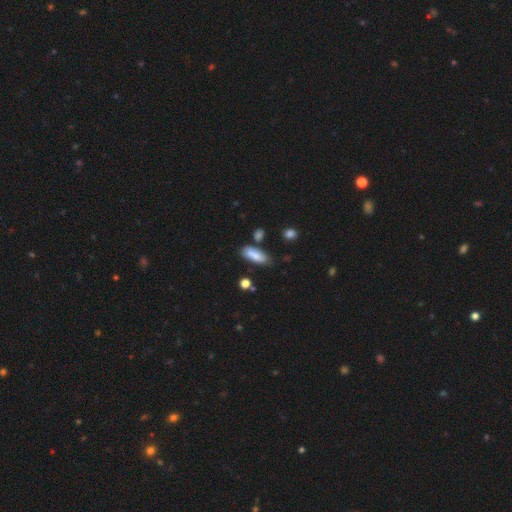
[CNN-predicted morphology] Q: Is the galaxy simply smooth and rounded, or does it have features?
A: smooth — 82%.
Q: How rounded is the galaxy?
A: in between — 67%.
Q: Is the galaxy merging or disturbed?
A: none — 70%.